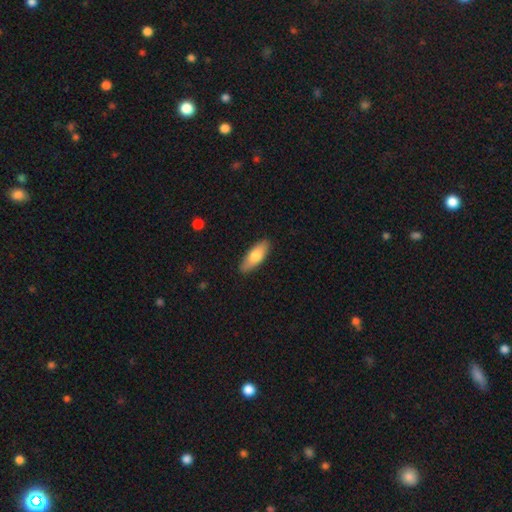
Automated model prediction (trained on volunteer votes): A smooth galaxy with no disk features (73%) that is in between round and cigar-shaped (66%).

Vote fractions:
- Smooth or featured? smooth: 73% / featured or disk: 22% / star or artifact: 5%
- How rounded? in between: 66% / cigar-shaped: 32% / round: 2%
- Merging? none: 89% / minor disturbance: 9% / major disturbance: 2% / merger: 1%